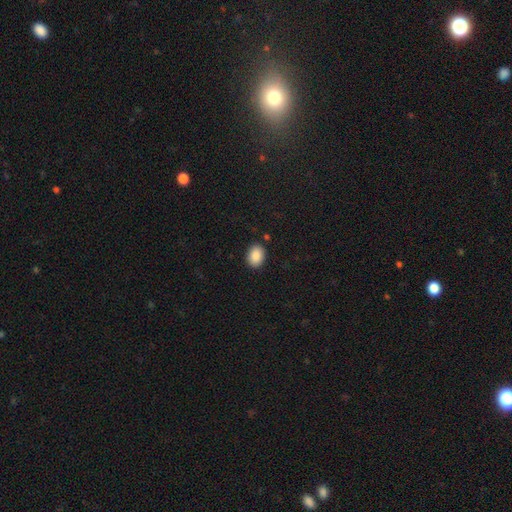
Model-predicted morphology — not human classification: A smooth galaxy with no disk features (89%) that is in between round and cigar-shaped (71%). Merging: none (88%).